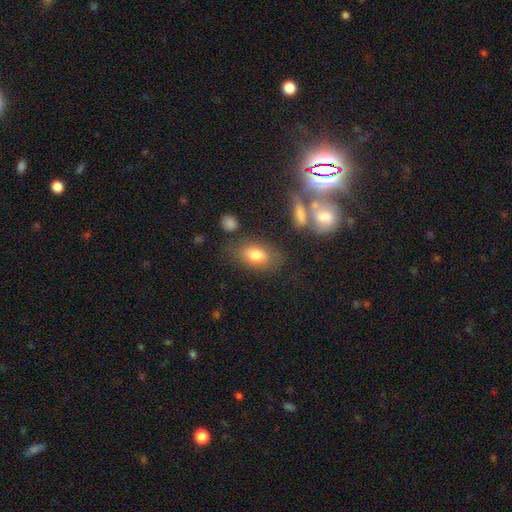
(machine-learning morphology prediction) Smooth or featured?
  - smooth: 77% *
  - featured or disk: 14%
  - star or artifact: 9%
How rounded?
  - in between: 86% *
  - round: 11%
  - cigar-shaped: 3%
Merging?
  - none: 70% *
  - minor disturbance: 16%
  - major disturbance: 7%
  - merger: 7%